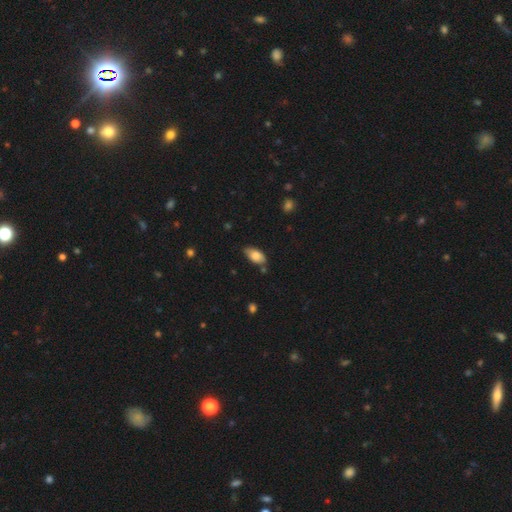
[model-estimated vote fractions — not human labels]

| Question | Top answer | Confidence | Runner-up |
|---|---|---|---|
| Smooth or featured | smooth | 78% | featured or disk (15%) |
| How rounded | in between | 92% | cigar-shaped (5%) |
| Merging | none | 72% | minor disturbance (21%) |